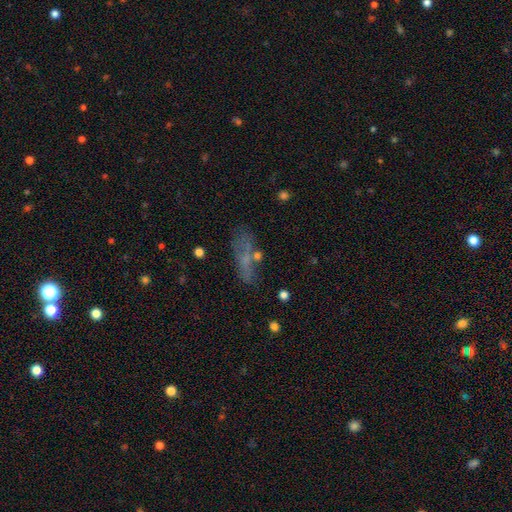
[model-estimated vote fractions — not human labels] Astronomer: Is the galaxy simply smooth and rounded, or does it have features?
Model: smooth — 53% (runner-up: featured or disk, 32%).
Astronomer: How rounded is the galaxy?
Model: in between — 59% (runner-up: cigar-shaped, 36%).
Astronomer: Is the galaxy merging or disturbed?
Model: none — 52%.